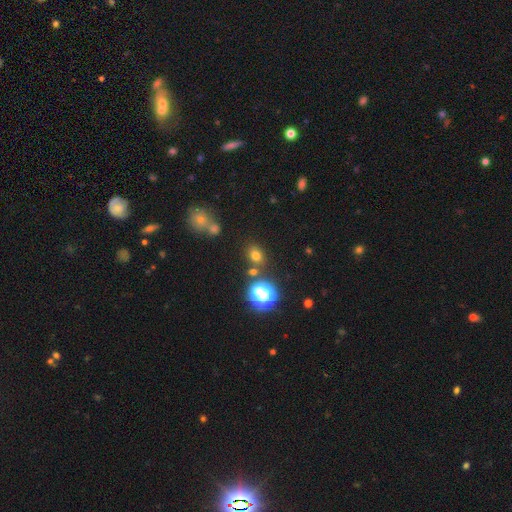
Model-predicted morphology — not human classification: Q: Smooth or featured?
A: smooth (68%); runner-up: star or artifact (24%)
Q: How rounded?
A: round (57%); runner-up: in between (42%)
Q: Merging?
A: none (77%); runner-up: minor disturbance (10%)